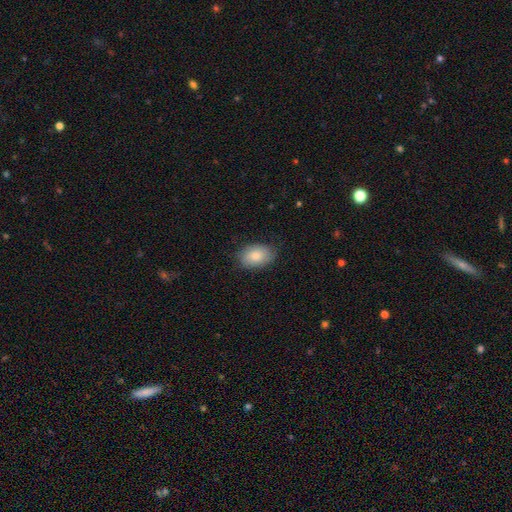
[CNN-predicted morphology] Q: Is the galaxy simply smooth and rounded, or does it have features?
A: smooth — 82%.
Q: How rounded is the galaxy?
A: in between — 85%.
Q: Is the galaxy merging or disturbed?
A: none — 79%.